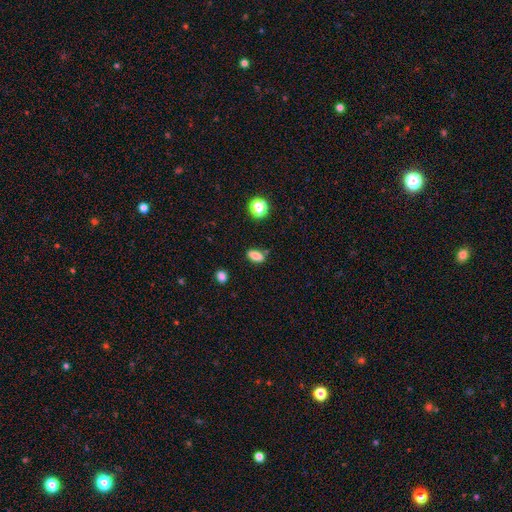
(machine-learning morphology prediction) Overall: smooth (83%). How rounded: in between (79%). Merging: none (82%).